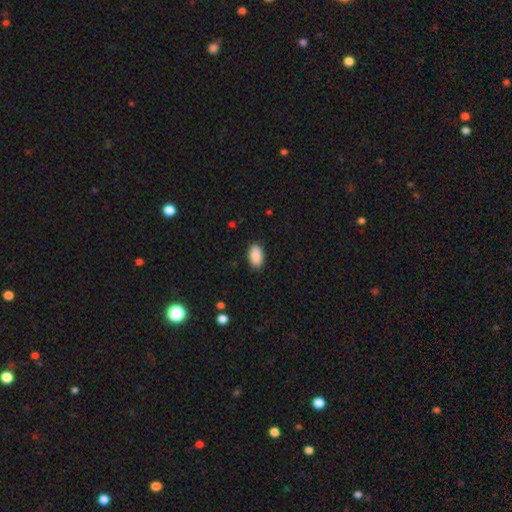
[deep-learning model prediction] Smooth or featured? Predicted: smooth (p=0.89). How rounded? Predicted: in between (p=0.94). Merging? Predicted: none (p=0.87).